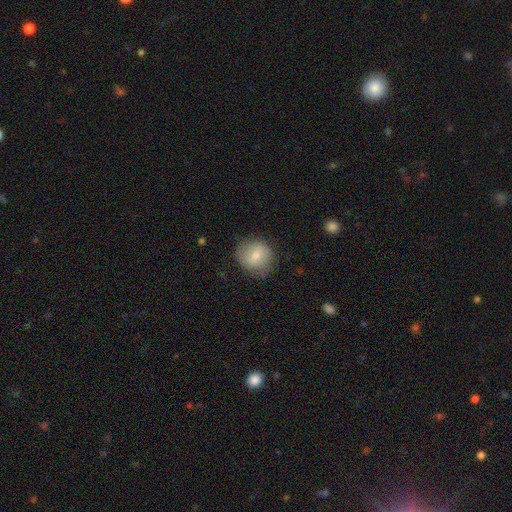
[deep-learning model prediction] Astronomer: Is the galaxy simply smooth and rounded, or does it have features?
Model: smooth — 72%.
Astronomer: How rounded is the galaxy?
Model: round — 83%.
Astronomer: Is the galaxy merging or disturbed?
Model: none — 75%.